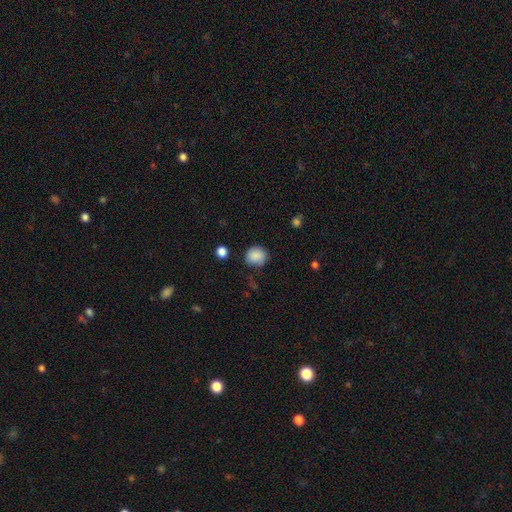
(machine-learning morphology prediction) smooth-or-featured: smooth: 87% | star or artifact: 9% | featured or disk: 4%
  how-rounded: round: 81% | in between: 18% | cigar-shaped: 1%
  merging: none: 76% | minor disturbance: 17% | major disturbance: 4% | merger: 2%